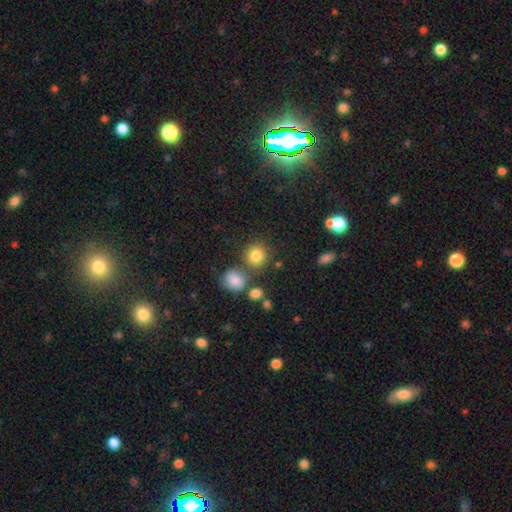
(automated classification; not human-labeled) Q: Smooth or featured?
A: smooth (82%); runner-up: star or artifact (11%)
Q: How rounded?
A: round (88%); runner-up: in between (11%)
Q: Merging?
A: none (73%); runner-up: merger (14%)